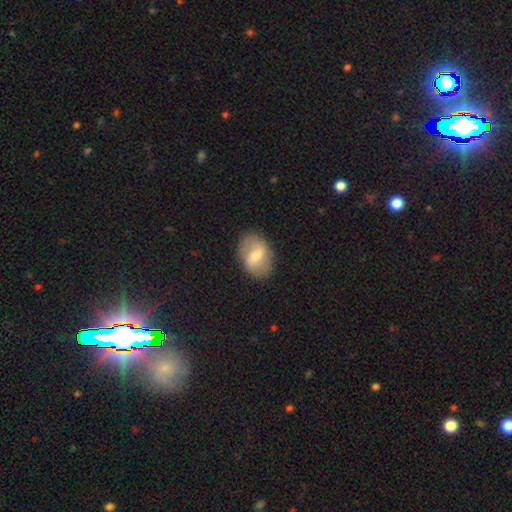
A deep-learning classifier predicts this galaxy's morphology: Smooth or featured? smooth (53%)
How rounded? in between (73%)
Merging? none (83%)